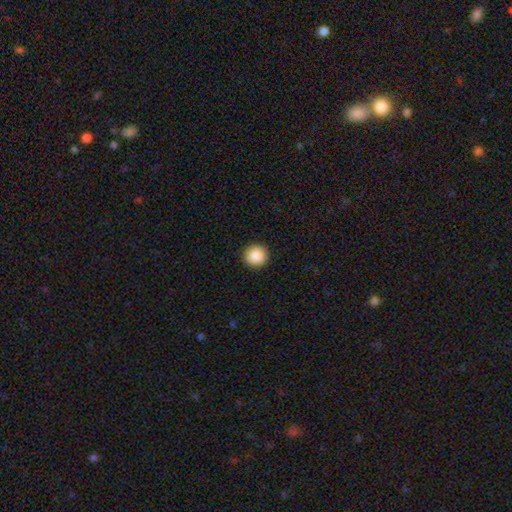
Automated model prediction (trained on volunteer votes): Q: Smooth or featured?
A: smooth (89%); runner-up: star or artifact (8%)
Q: How rounded?
A: round (93%); runner-up: in between (6%)
Q: Merging?
A: none (92%); runner-up: minor disturbance (5%)